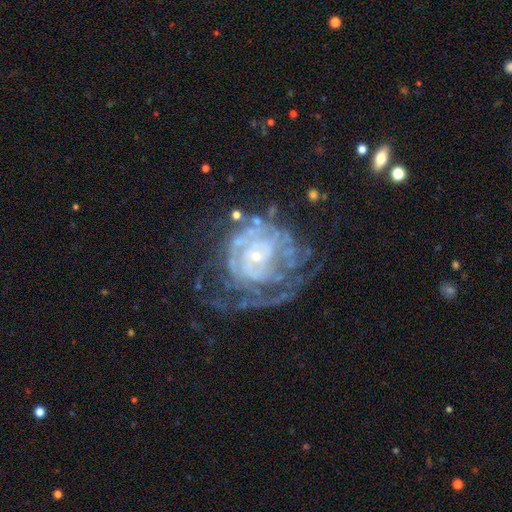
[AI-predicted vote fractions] Smooth or featured?
  - featured or disk: 83% *
  - smooth: 9%
  - star or artifact: 8%
Edge-on disk?
  - no: 97% *
  - yes: 3%
Bar?
  - no: 73% *
  - weak: 21%
  - strong: 5%
Spiral arms?
  - yes: 85% *
  - no: 15%
Spiral winding?
  - tight: 68% *
  - medium: 23%
  - loose: 9%
Spiral arm count?
  - can't tell: 48% *
  - 2: 16%
  - 3: 11%
  - 4: 10%
  - more than 4: 8%
  - 1: 7%
Bulge size?
  - small: 77% *
  - moderate: 17%
  - none: 3%
  - large: 2%
  - dominant: 1%
Merging?
  - none: 48% *
  - major disturbance: 28%
  - minor disturbance: 21%
  - merger: 3%